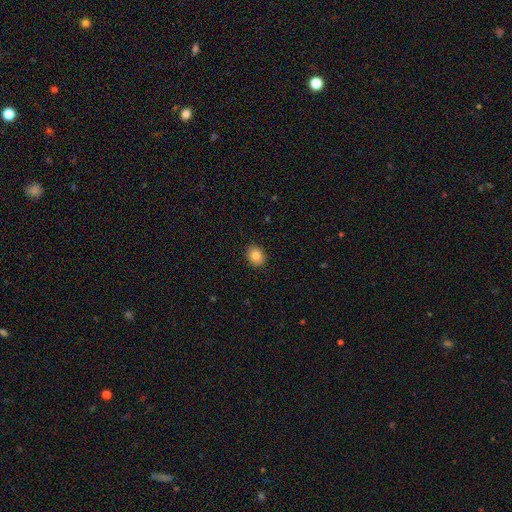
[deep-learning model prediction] Smooth or featured? Predicted: smooth (p=0.86). How rounded? Predicted: round (p=0.52). Merging? Predicted: none (p=0.90).